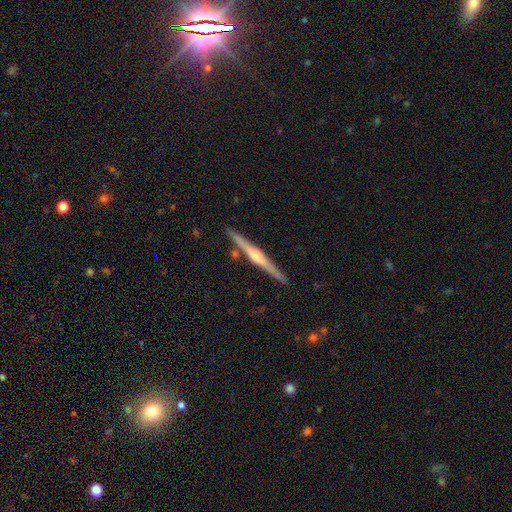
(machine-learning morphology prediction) smooth_or_featured: featured or disk (p=0.80) [alt: smooth p=0.15]
disk_edge_on: yes (p=0.98) [alt: no p=0.02]
edge_on_bulge: rounded (p=0.82) [alt: none p=0.10]
merging: none (p=0.90) [alt: minor disturbance p=0.06]